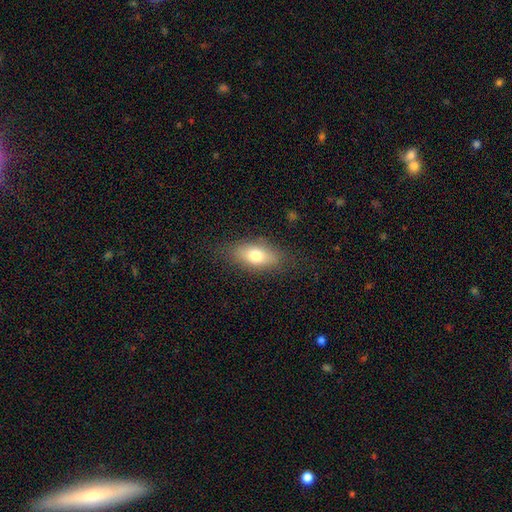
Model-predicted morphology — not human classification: Smooth or featured?
  - smooth: 74% *
  - featured or disk: 18%
  - star or artifact: 8%
How rounded?
  - in between: 83% *
  - cigar-shaped: 10%
  - round: 7%
Merging?
  - none: 81% *
  - minor disturbance: 14%
  - major disturbance: 5%
  - merger: 1%